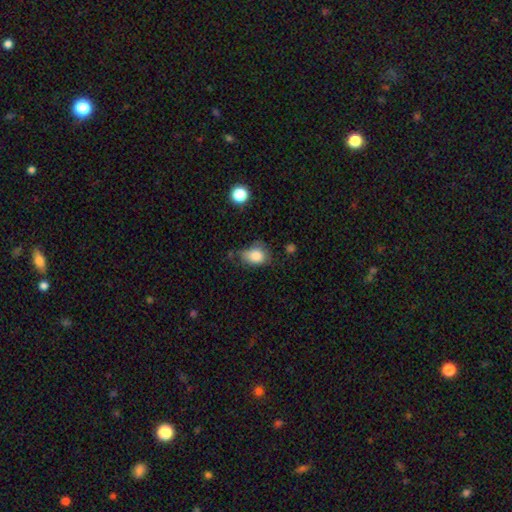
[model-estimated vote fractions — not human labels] This is clearly a smooth galaxy (82%). How rounded: likely in between (62%). Merging: possibly none (48%).